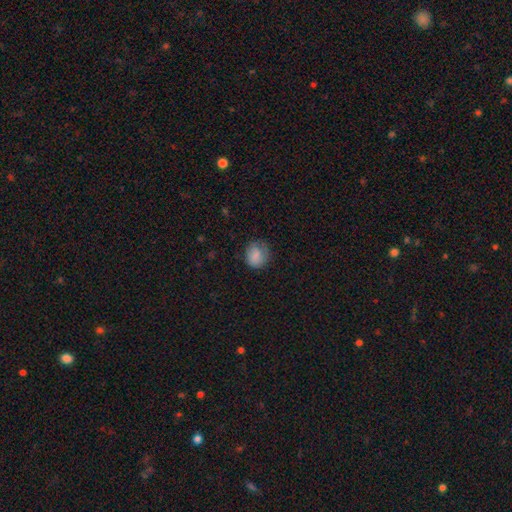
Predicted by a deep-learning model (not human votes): smooth 83%, featured or disk 9%, star or artifact 8%. Down the decision tree: how rounded — round (74%); merging — none (63%).